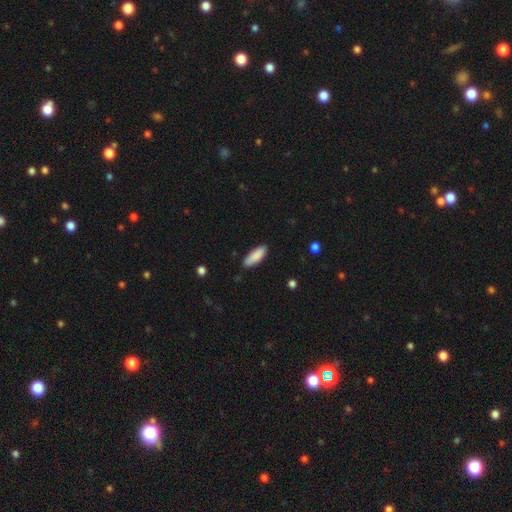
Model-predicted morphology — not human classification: Q: Smooth or featured?
A: smooth (88%); runner-up: featured or disk (6%)
Q: How rounded?
A: in between (63%); runner-up: cigar-shaped (35%)
Q: Merging?
A: none (85%); runner-up: minor disturbance (12%)